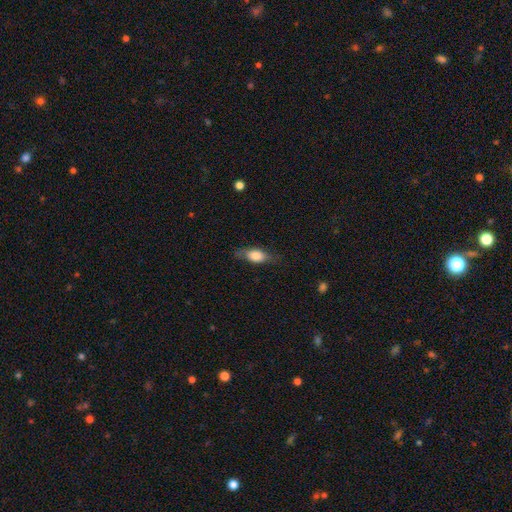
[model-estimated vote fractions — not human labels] smooth 68%, featured or disk 24%, star or artifact 8%. Down the decision tree: how rounded — in between (78%); merging — none (67%).